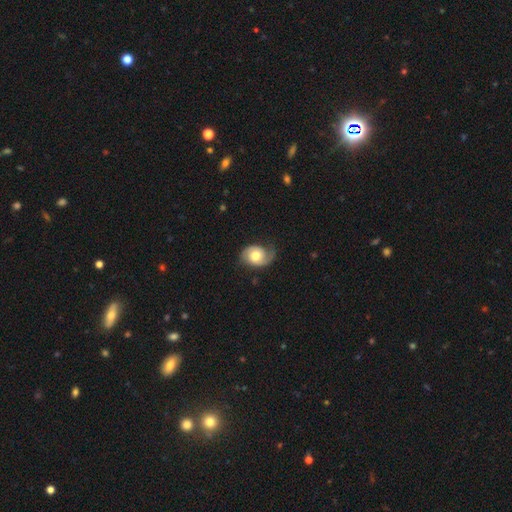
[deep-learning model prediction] Smooth or featured: featured or disk — 66% (smooth — 28%)
Edge-on disk: no — 97% (yes — 3%)
Bar: no — 74% (weak — 22%)
Spiral arms: yes — 89% (no — 11%)
Spiral winding: medium — 39% (tight — 37%)
Spiral arm count: 2 — 62% (1 — 29%)
Bulge size: moderate — 69% (large — 19%)
Merging: none — 59% (minor disturbance — 26%)